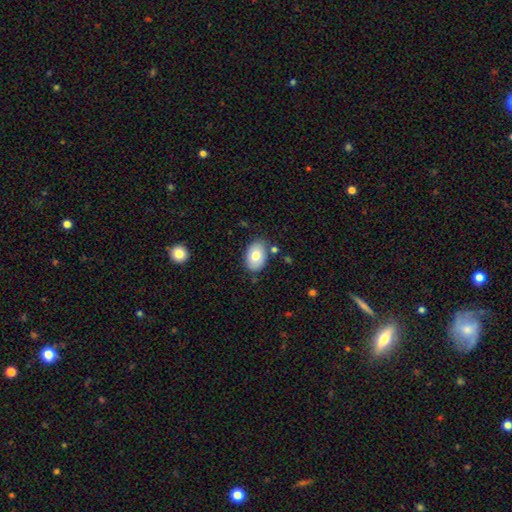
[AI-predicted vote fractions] smooth-or-featured: smooth: 74% | featured or disk: 19% | star or artifact: 7%
  how-rounded: in between: 85% | round: 14% | cigar-shaped: 1%
  merging: none: 78% | minor disturbance: 14% | merger: 4% | major disturbance: 3%